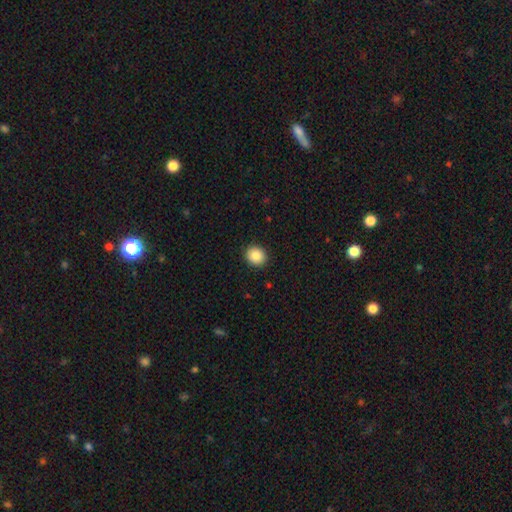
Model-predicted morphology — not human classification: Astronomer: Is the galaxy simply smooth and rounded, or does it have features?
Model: smooth — 85%.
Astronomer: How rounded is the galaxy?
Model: round — 77%.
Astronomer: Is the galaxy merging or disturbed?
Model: none — 90%.